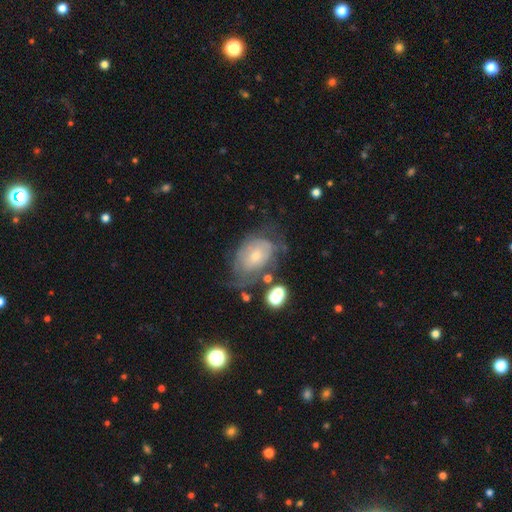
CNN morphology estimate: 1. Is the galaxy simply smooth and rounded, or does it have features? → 59% featured or disk, 32% smooth, 9% star or artifact.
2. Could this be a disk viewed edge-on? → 95% no, 5% yes.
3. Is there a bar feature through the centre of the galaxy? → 76% no, 20% weak, 4% strong.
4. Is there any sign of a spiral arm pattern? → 65% yes, 35% no.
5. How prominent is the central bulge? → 65% small, 28% moderate, 3% none, 3% large, 1% dominant.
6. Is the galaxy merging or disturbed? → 41% none, 27% minor disturbance, 26% major disturbance, 5% merger.